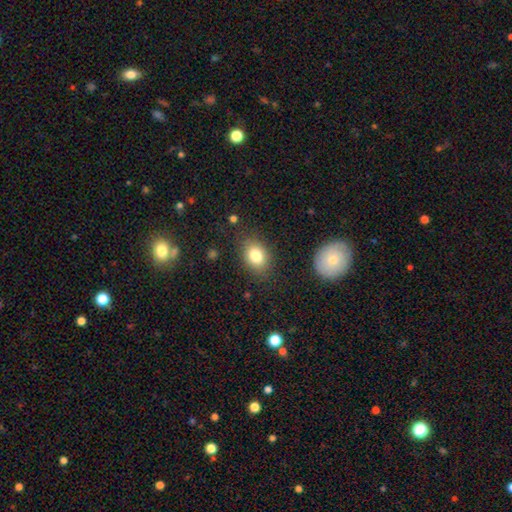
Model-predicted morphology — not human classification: smooth_or_featured: smooth (p=0.81) [alt: star or artifact p=0.10]
how_rounded: in between (p=0.63) [alt: round p=0.36]
merging: none (p=0.81) [alt: minor disturbance p=0.12]